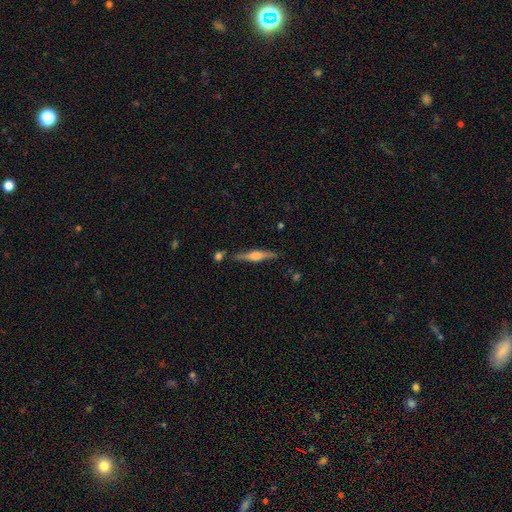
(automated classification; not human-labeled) Smooth or featured? featured or disk (71%)
Edge-on disk? yes (97%)
Edge-on bulge? rounded (80%)
Merging? none (80%)